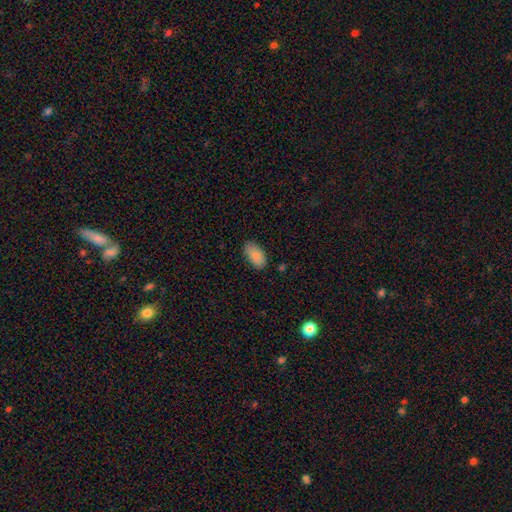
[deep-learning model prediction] A smooth galaxy with no disk features (84%) that is in between round and cigar-shaped (94%). Merging: none (81%).